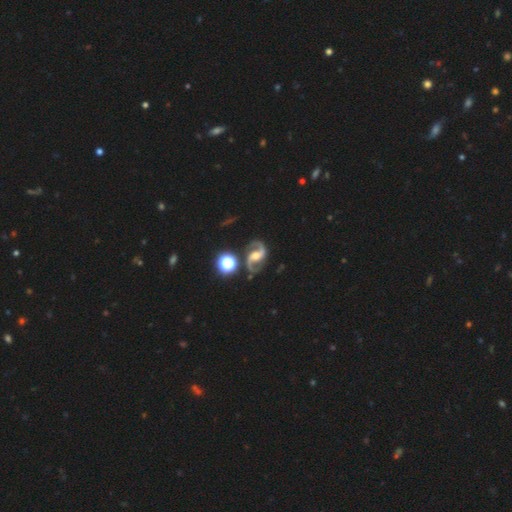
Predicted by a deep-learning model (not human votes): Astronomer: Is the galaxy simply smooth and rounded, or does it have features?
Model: featured or disk — 91%.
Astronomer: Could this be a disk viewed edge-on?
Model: no — 98%.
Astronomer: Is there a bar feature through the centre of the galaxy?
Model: weak — 41% (runner-up: no, 33%).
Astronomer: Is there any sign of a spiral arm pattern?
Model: yes — 98%.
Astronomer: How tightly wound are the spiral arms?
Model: medium — 57% (runner-up: loose, 33%).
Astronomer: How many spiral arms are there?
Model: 2 — 95%.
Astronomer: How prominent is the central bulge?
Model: moderate — 61%.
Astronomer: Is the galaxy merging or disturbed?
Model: none — 79%.